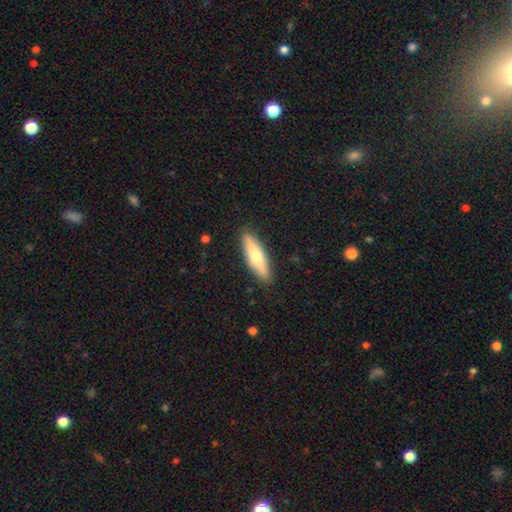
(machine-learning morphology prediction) Smooth or featured: smooth — 61% (featured or disk — 34%)
How rounded: cigar-shaped — 58% (in between — 40%)
Merging: none — 88% (minor disturbance — 9%)